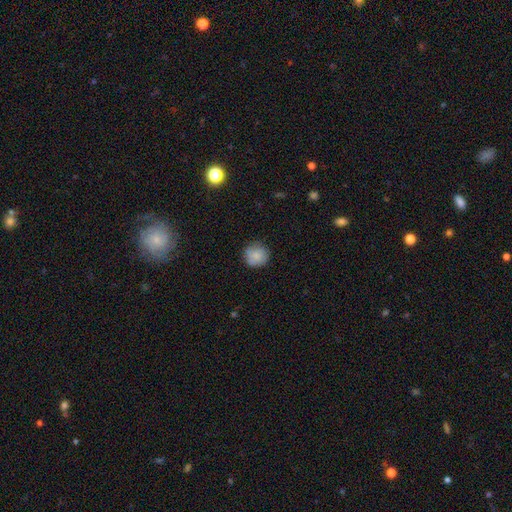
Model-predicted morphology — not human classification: Smooth or featured?
  - smooth: 83% *
  - featured or disk: 10%
  - star or artifact: 8%
How rounded?
  - round: 92% *
  - in between: 7%
  - cigar-shaped: 1%
Merging?
  - none: 80% *
  - minor disturbance: 15%
  - major disturbance: 3%
  - merger: 1%